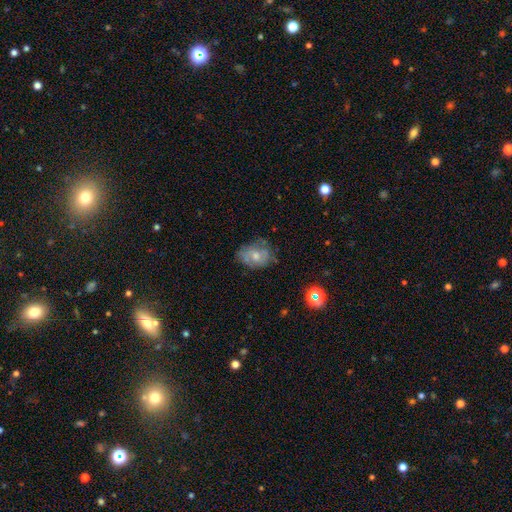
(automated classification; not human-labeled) Smooth or featured? Predicted: smooth (p=0.51). How rounded? Predicted: in between (p=0.67). Merging? Predicted: none (p=0.56).